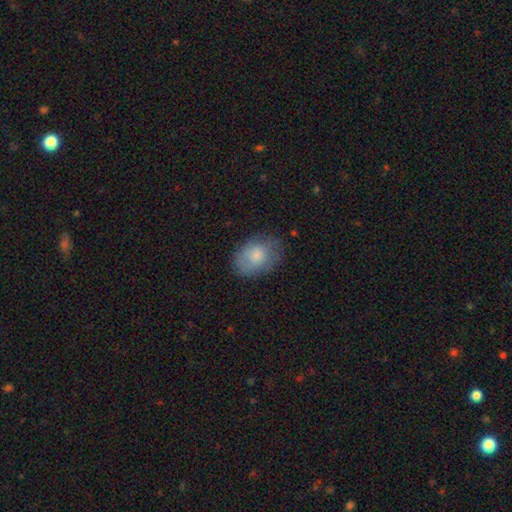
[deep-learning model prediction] This appears to be a smooth galaxy with no disk features (78%) that is in between round and cigar-shaped (73%). Merging: none (71%).